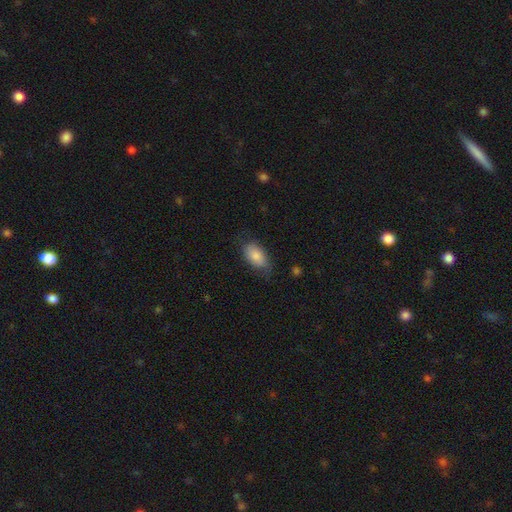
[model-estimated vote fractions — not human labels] This appears to be a smooth galaxy with no disk features (84%) that is in between round and cigar-shaped (93%). Merging: none (67%).